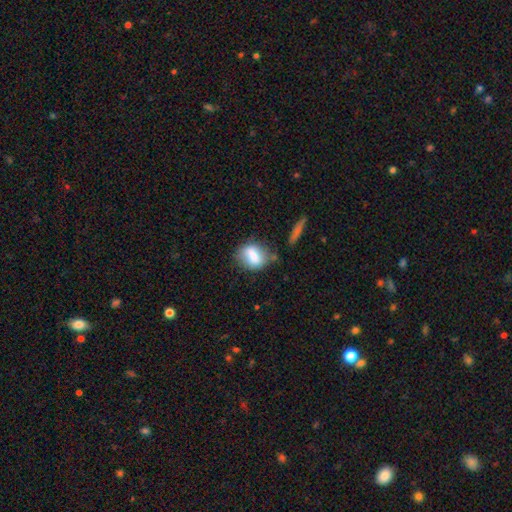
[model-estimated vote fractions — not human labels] A smooth galaxy with no disk features (66%) that is in between round and cigar-shaped (64%).

Vote fractions:
- Smooth or featured? smooth: 66% / featured or disk: 22% / star or artifact: 13%
- How rounded? in between: 64% / round: 31% / cigar-shaped: 5%
- Merging? none: 62% / minor disturbance: 21% / merger: 9% / major disturbance: 8%